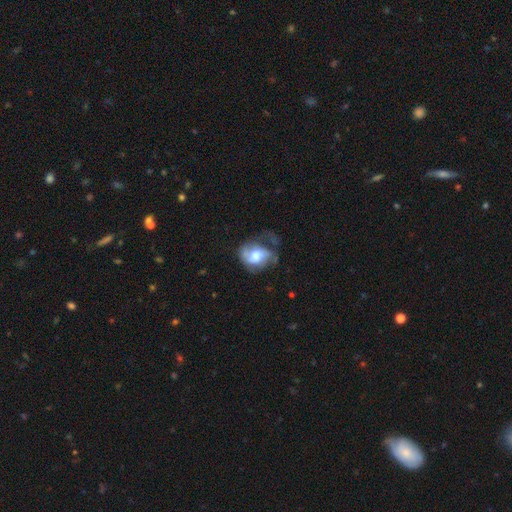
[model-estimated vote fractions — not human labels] Q: Smooth or featured?
A: featured or disk (50%); runner-up: smooth (42%)
Q: Merging?
A: major disturbance (43%); runner-up: none (28%)